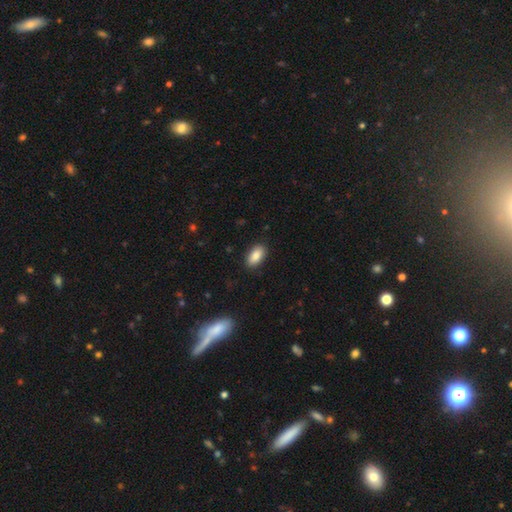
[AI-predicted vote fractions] smooth-or-featured: smooth: 87% | star or artifact: 7% | featured or disk: 6%
  how-rounded: in between: 93% | round: 4% | cigar-shaped: 4%
  merging: none: 88% | minor disturbance: 9% | major disturbance: 2% | merger: 1%